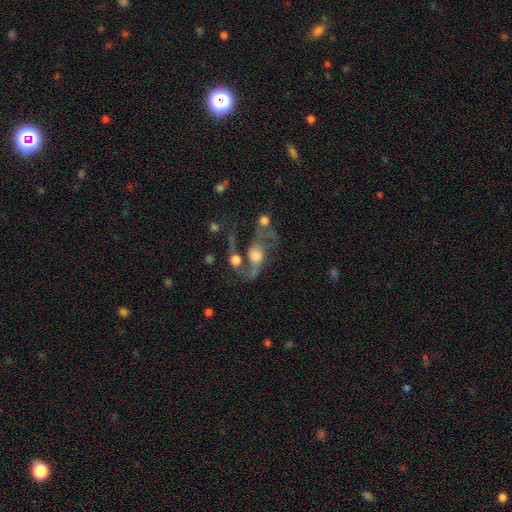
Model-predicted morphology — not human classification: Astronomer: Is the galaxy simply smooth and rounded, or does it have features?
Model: featured or disk — 74%.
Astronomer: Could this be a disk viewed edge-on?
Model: no — 95%.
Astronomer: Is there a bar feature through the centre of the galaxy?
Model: no — 67%.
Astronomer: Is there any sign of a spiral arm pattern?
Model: yes — 86%.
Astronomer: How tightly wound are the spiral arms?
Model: loose — 56% (runner-up: medium, 35%).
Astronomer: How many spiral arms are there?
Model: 2 — 78%.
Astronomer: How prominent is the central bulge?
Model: moderate — 45% (runner-up: large, 31%).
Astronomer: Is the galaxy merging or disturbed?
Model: none — 38% (runner-up: major disturbance, 25%).